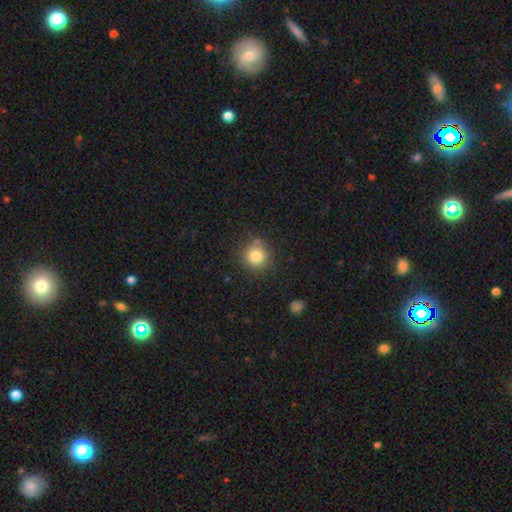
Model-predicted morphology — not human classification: Overall: smooth (82%). How rounded: round (92%). Merging: none (81%).